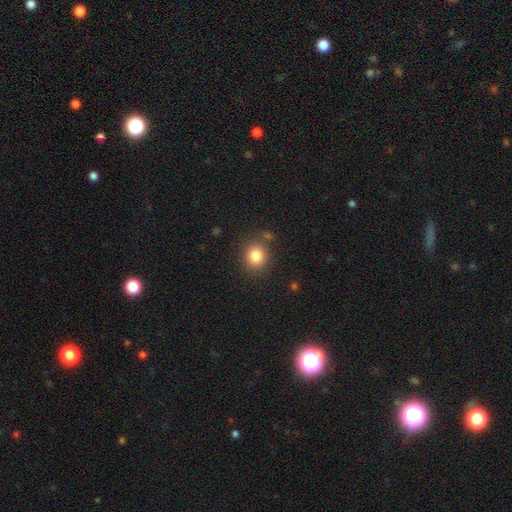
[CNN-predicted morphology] smooth_or_featured: smooth (p=0.83) [alt: star or artifact p=0.11]
how_rounded: round (p=0.73) [alt: in between p=0.26]
merging: none (p=0.80) [alt: minor disturbance p=0.11]